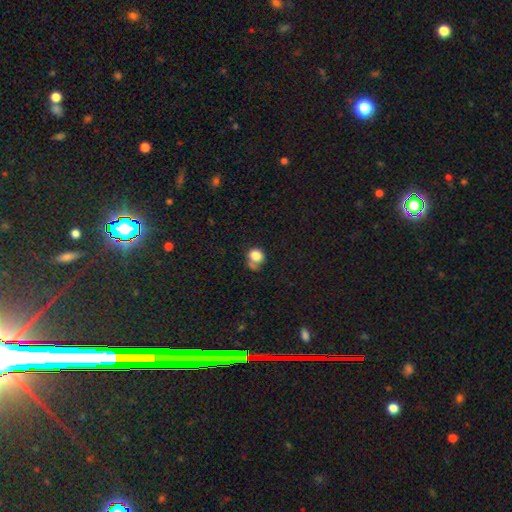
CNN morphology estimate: smooth-or-featured: smooth: 81% | star or artifact: 10% | featured or disk: 8%
  how-rounded: round: 75% | in between: 25% | cigar-shaped: 1%
  merging: none: 47% | minor disturbance: 24% | merger: 16% | major disturbance: 13%